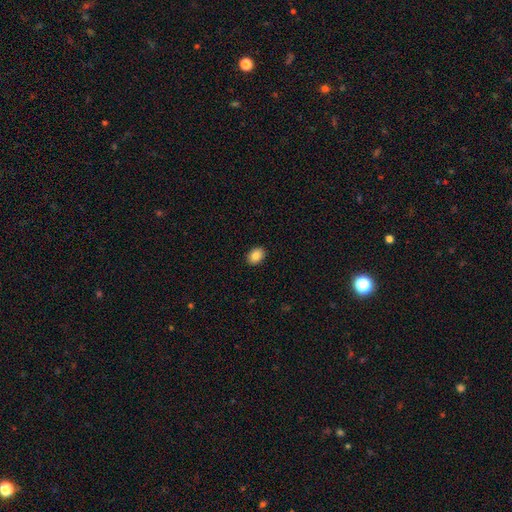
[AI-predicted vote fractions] Smooth or featured?
  - smooth: 86% *
  - star or artifact: 8%
  - featured or disk: 6%
How rounded?
  - in between: 67% *
  - round: 32%
  - cigar-shaped: 1%
Merging?
  - none: 91% *
  - minor disturbance: 7%
  - major disturbance: 2%
  - merger: 1%